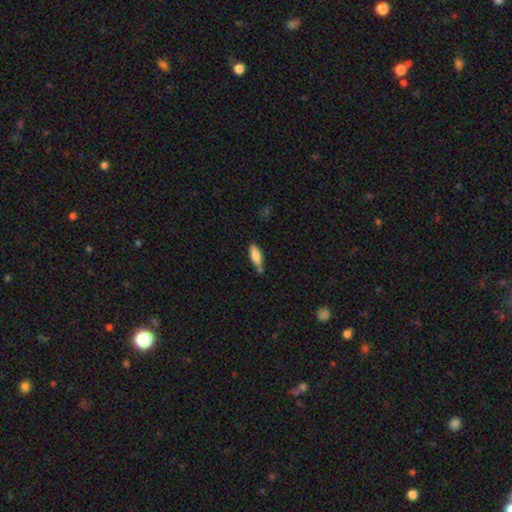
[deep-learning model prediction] smooth_or_featured: smooth (p=0.83) [alt: featured or disk p=0.11]
how_rounded: in between (p=0.64) [alt: cigar-shaped p=0.34]
merging: none (p=0.58) [alt: minor disturbance p=0.26]